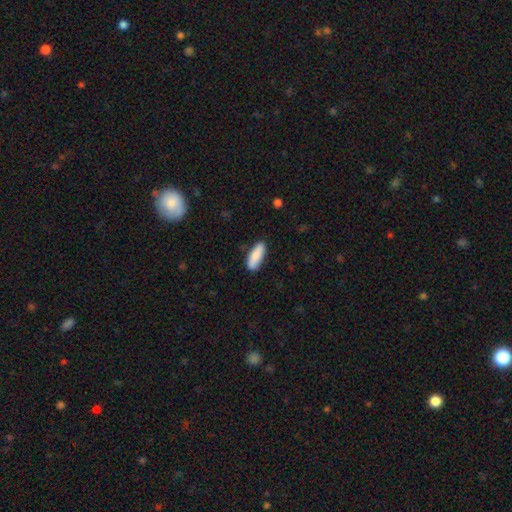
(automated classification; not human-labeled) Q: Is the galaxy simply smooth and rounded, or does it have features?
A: smooth — 86%.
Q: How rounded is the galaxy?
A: in between — 68%.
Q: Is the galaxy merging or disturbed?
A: none — 85%.